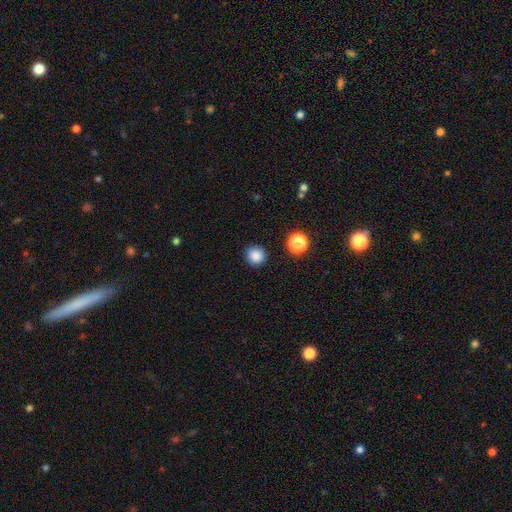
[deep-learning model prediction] Smooth or featured? smooth (85%)
How rounded? round (93%)
Merging? none (91%)